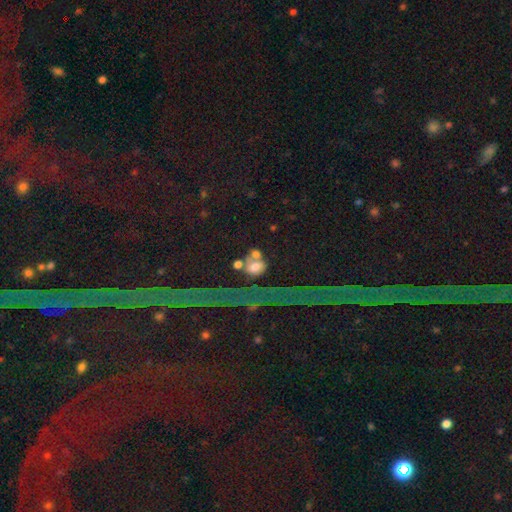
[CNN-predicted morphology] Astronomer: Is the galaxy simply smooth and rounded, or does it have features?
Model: smooth — 58%.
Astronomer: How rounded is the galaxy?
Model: round — 76%.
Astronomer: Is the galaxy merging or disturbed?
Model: none — 58%.